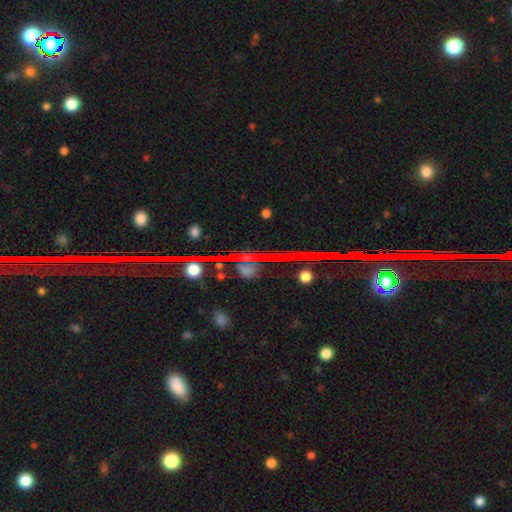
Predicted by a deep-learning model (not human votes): star or artifact 82%, featured or disk 9%, smooth 8%.